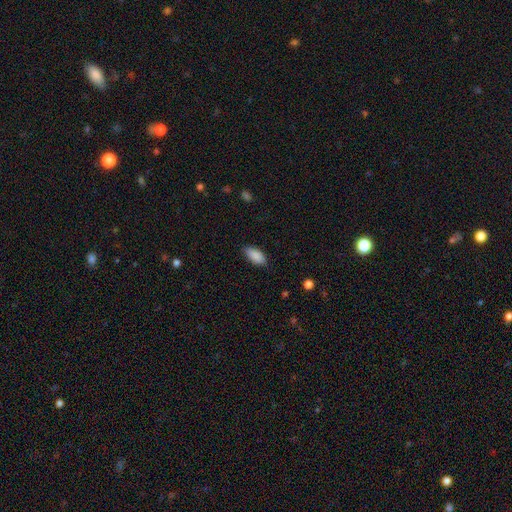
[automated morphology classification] Smooth or featured? smooth (89%)
How rounded? in between (90%)
Merging? none (83%)